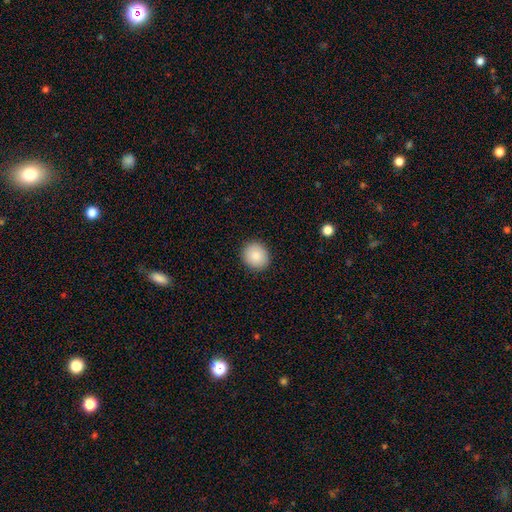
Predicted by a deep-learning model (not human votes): smooth-or-featured: smooth: 87% | star or artifact: 8% | featured or disk: 5%
  how-rounded: round: 83% | in between: 16% | cigar-shaped: 1%
  merging: none: 91% | minor disturbance: 6% | major disturbance: 2% | merger: 1%